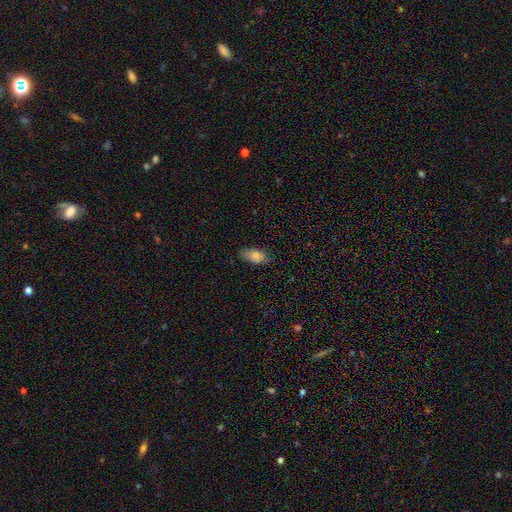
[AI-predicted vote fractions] Smooth or featured? Predicted: smooth (p=0.73). How rounded? Predicted: in between (p=0.87). Merging? Predicted: none (p=0.72).